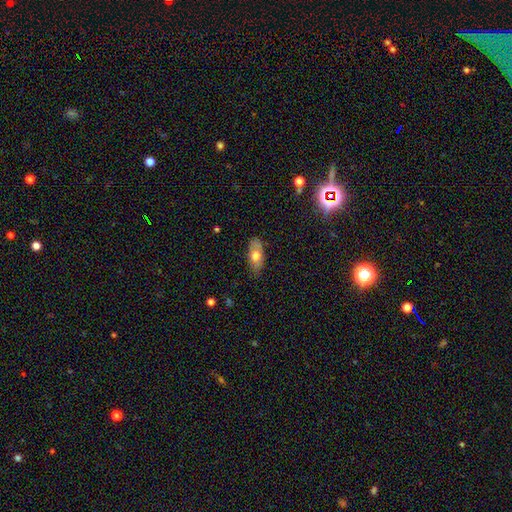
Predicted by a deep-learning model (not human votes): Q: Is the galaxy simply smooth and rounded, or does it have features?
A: smooth — 64%.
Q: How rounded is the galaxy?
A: in between — 86%.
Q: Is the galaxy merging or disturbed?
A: none — 75%.